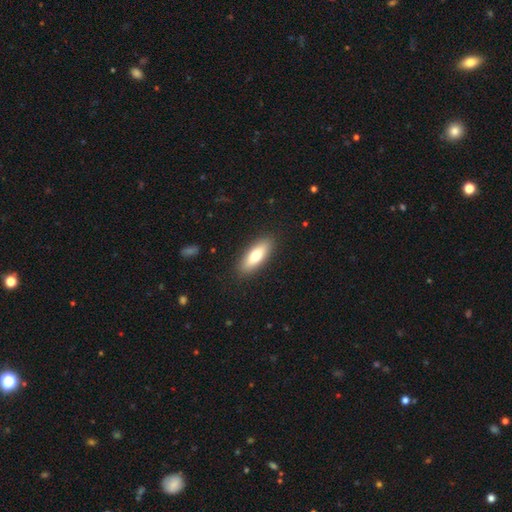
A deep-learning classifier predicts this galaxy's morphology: type=smooth (72%); roundness=in between (65%); merging=none (89%).